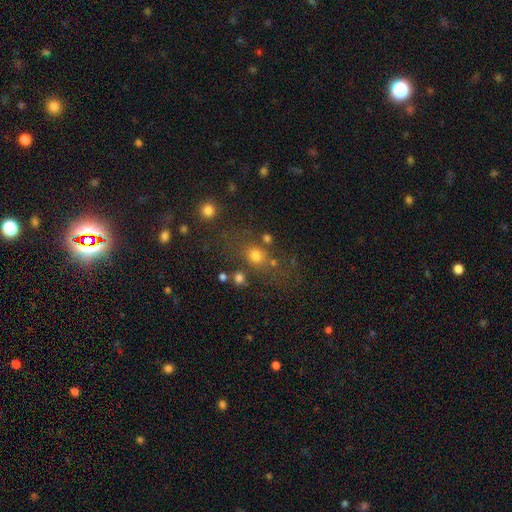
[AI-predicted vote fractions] Q: Smooth or featured?
A: smooth (70%); runner-up: star or artifact (18%)
Q: How rounded?
A: round (63%); runner-up: in between (34%)
Q: Merging?
A: none (62%); runner-up: merger (14%)